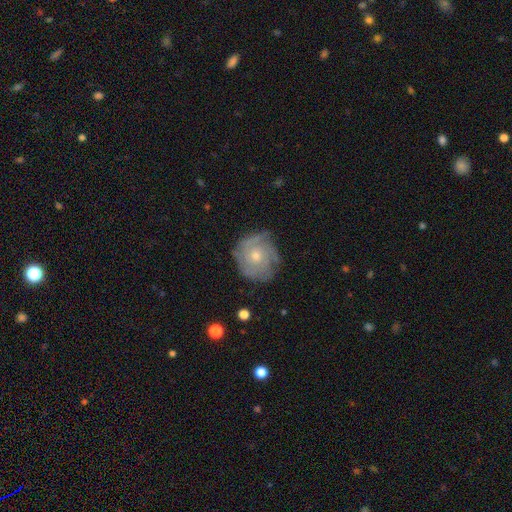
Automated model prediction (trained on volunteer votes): A featured or disk galaxy (69%) with no bar (84%), tight (67%) spiral arms (86%) and a moderate central bulge (52%). Merging: none (74%).